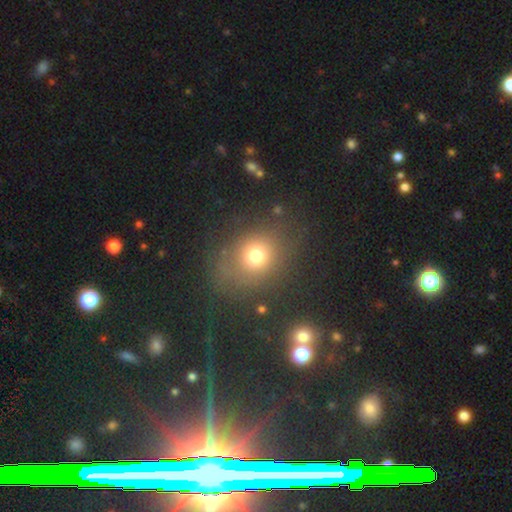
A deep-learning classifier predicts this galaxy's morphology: A smooth galaxy with no disk features (71%) that is round (66%). Merging: none (71%).